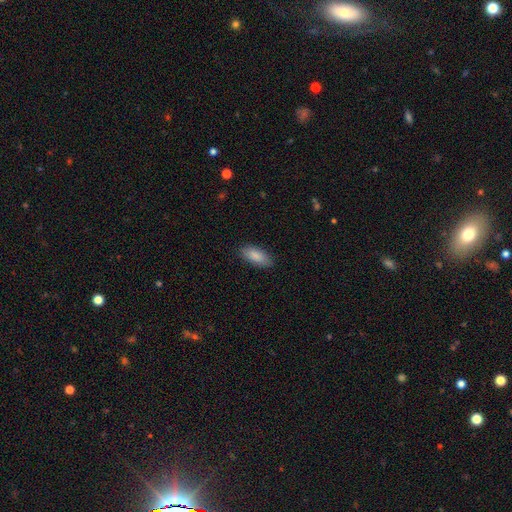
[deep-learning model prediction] A smooth galaxy with no disk features (88%) that is in between round and cigar-shaped (85%).

Vote fractions:
- Smooth or featured? smooth: 88% / star or artifact: 6% / featured or disk: 6%
- How rounded? in between: 85% / cigar-shaped: 13% / round: 2%
- Merging? none: 87% / minor disturbance: 10% / major disturbance: 2% / merger: 1%